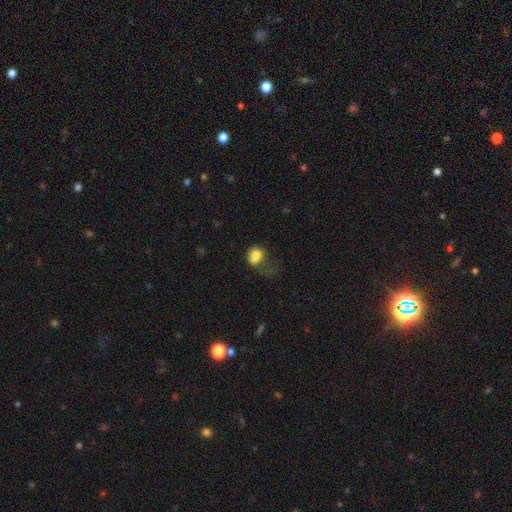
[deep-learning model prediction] smooth-or-featured: smooth: 78% | featured or disk: 12% | star or artifact: 10%
  how-rounded: in between: 63% | round: 36% | cigar-shaped: 2%
  merging: major disturbance: 38% | none: 30% | minor disturbance: 28% | merger: 3%